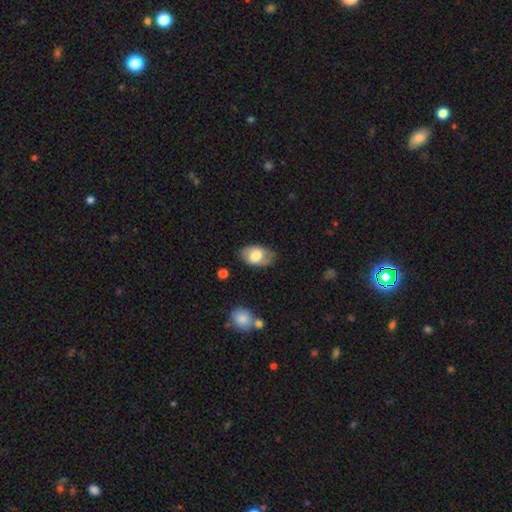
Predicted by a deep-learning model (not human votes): smooth-or-featured: smooth: 69% | featured or disk: 24% | star or artifact: 7%
  how-rounded: in between: 90% | round: 8% | cigar-shaped: 1%
  merging: none: 76% | minor disturbance: 18% | major disturbance: 5% | merger: 2%